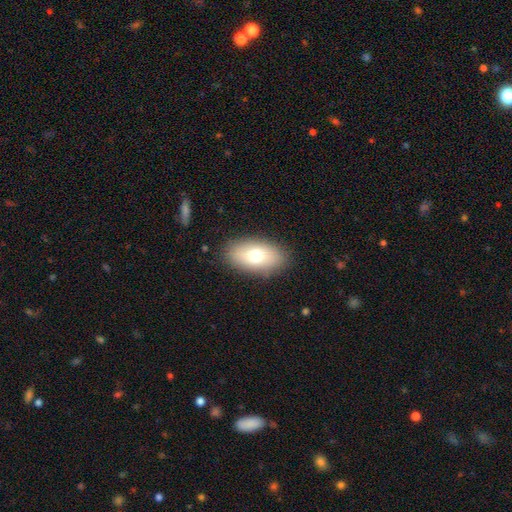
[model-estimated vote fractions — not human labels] Overall: smooth (72%). How rounded: in between (91%). Merging: none (86%).